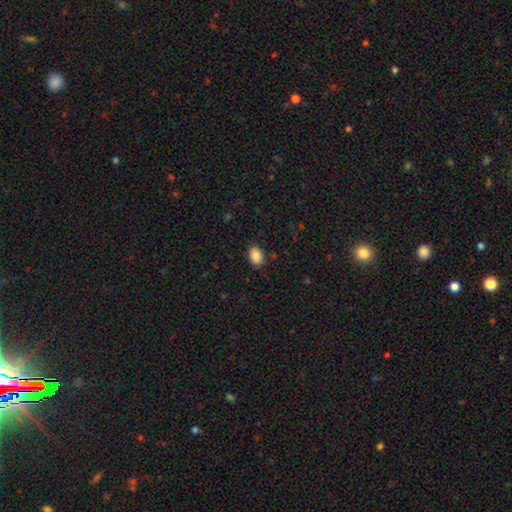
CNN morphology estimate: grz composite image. It shows a smooth galaxy with no disk features (88%) that is in between round and cigar-shaped (83%). Merging: none (87%).